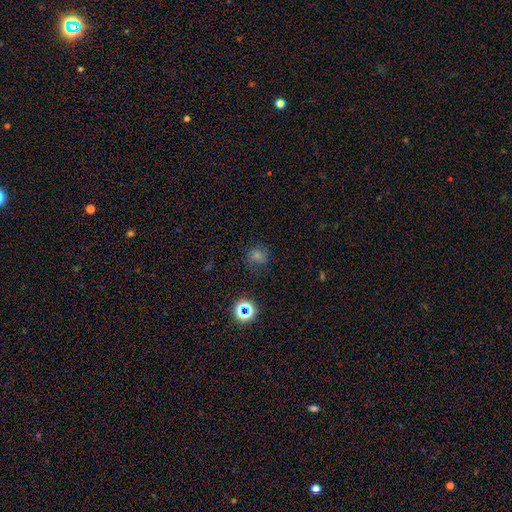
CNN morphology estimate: The model was most divided on "smooth or featured": smooth: 56%, star or artifact: 35%, featured or disk: 9%. More confident: how rounded — round (86%); merging — none (77%).